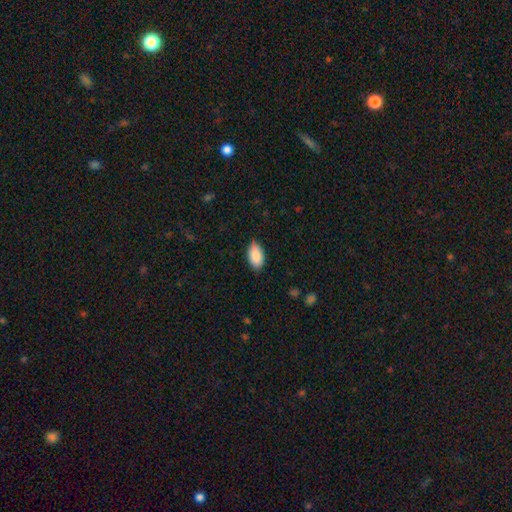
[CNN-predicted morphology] Smooth or featured?
  - smooth: 89% *
  - star or artifact: 6%
  - featured or disk: 5%
How rounded?
  - in between: 94% *
  - round: 4%
  - cigar-shaped: 2%
Merging?
  - none: 81% *
  - minor disturbance: 15%
  - major disturbance: 2%
  - merger: 1%